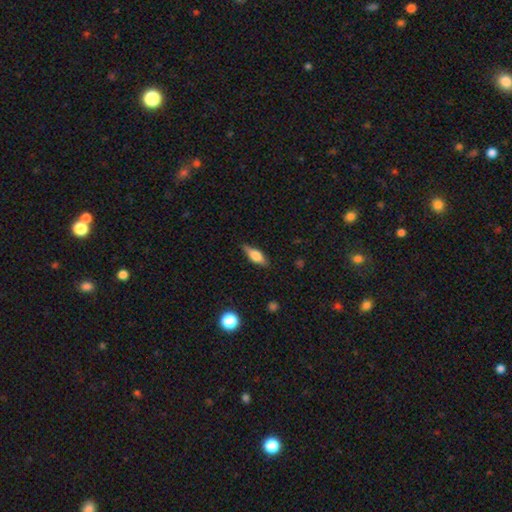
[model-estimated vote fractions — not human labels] Smooth or featured? Predicted: smooth (p=0.56). How rounded? Predicted: in between (p=0.62). Merging? Predicted: none (p=0.82).